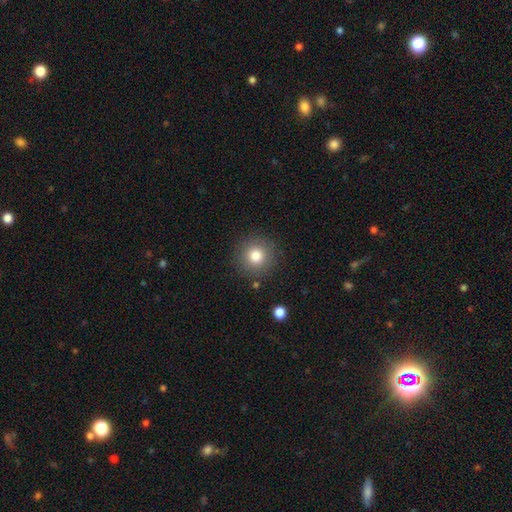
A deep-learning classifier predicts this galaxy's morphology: Overall: smooth (81%). How rounded: round (95%). Merging: none (87%).